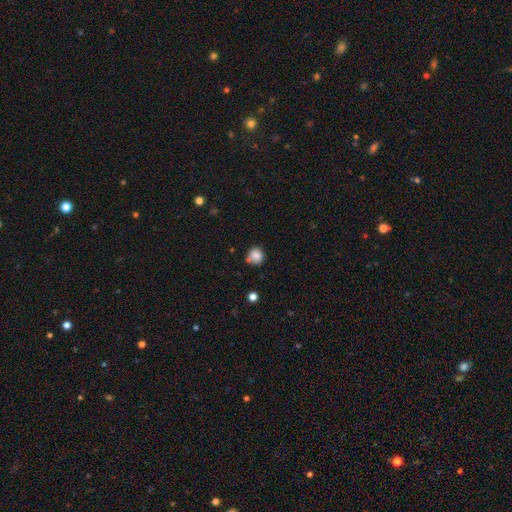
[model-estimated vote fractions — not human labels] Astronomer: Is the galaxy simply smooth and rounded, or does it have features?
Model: smooth — 82%.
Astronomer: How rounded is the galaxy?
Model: round — 86%.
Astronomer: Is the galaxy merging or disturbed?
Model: none — 68%.